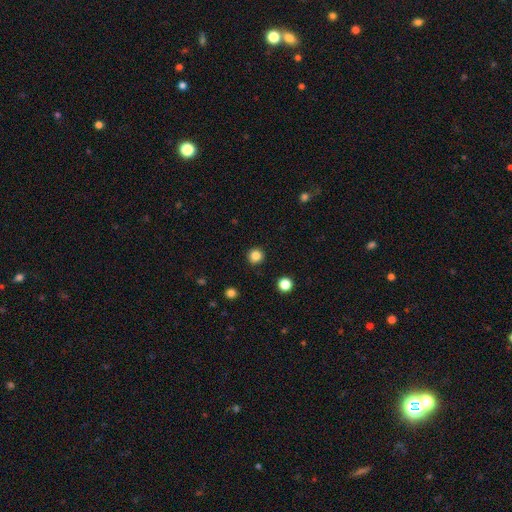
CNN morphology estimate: A smooth galaxy with no disk features (84%) that is round (94%).

Vote fractions:
- Smooth or featured? smooth: 84% / star or artifact: 12% / featured or disk: 4%
- How rounded? round: 94% / in between: 5% / cigar-shaped: 1%
- Merging? none: 92% / minor disturbance: 5% / major disturbance: 2% / merger: 1%